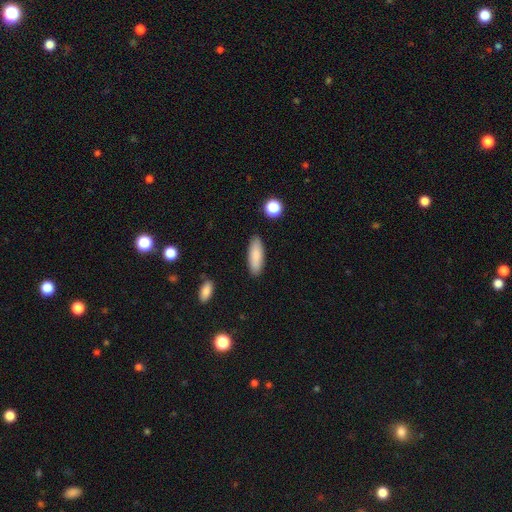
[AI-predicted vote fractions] This is clearly a smooth galaxy (87%). How rounded: possibly in between (58%). Merging: clearly none (88%).